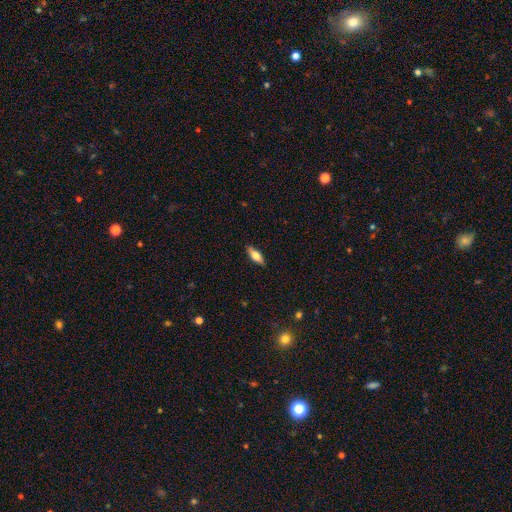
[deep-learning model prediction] Overall: smooth (67%). How rounded: in between (69%). Merging: none (87%).